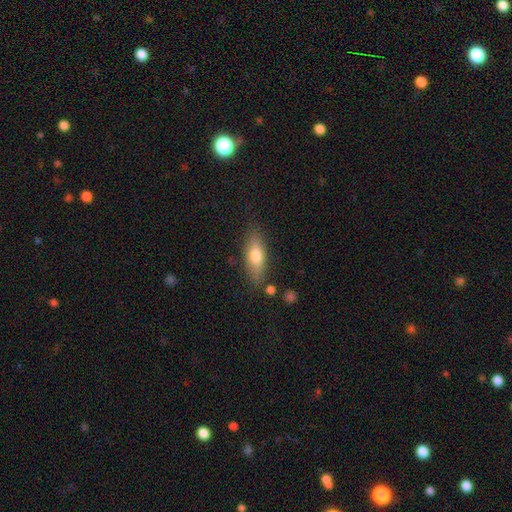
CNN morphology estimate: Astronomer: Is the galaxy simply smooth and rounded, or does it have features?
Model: smooth — 70%.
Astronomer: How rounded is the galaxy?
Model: in between — 60% (runner-up: cigar-shaped, 37%).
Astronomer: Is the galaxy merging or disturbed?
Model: none — 80%.